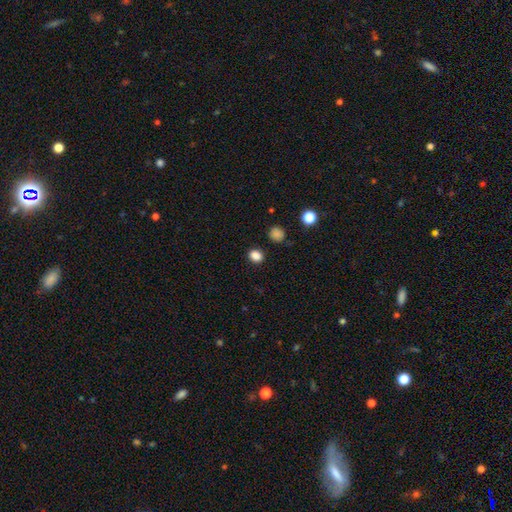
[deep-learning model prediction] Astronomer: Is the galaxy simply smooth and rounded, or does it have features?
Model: smooth — 85%.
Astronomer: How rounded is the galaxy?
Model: round — 60% (runner-up: in between, 39%).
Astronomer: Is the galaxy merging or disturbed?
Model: none — 87%.